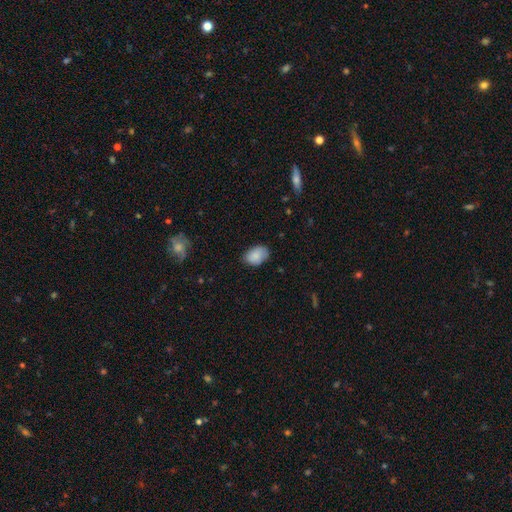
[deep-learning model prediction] The model was most divided on "merging": none: 72%, minor disturbance: 23%, major disturbance: 4%, merger: 1%. More confident: smooth or featured — smooth (85%); how rounded — in between (84%).